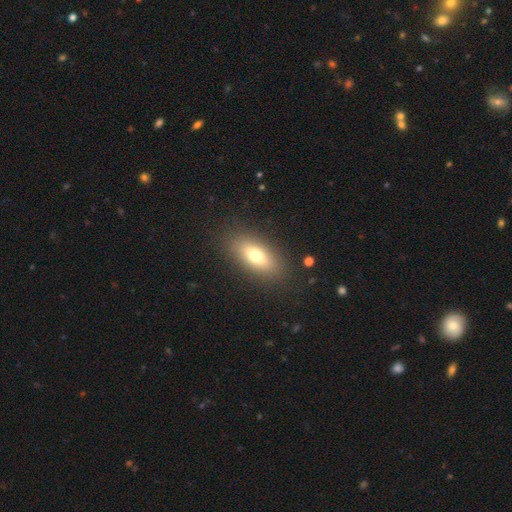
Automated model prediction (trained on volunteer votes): The model was most divided on "smooth or featured": smooth: 73%, featured or disk: 19%, star or artifact: 9%. More confident: merging — none (86%); how rounded — in between (80%).